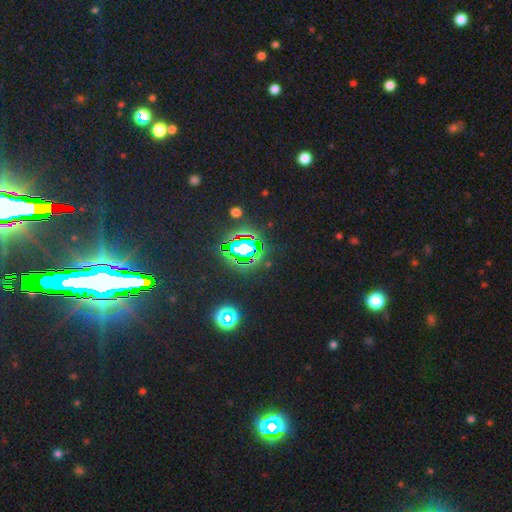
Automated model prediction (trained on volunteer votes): smooth-or-featured: star or artifact: 81% | smooth: 11% | featured or disk: 8%